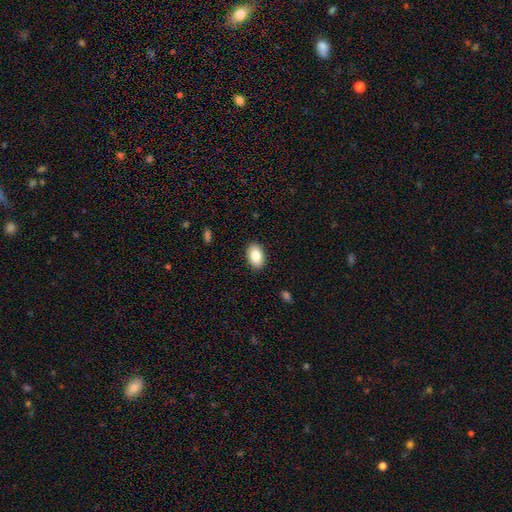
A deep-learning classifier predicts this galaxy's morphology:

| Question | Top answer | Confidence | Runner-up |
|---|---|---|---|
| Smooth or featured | smooth | 86% | featured or disk (7%) |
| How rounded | in between | 89% | round (9%) |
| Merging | none | 89% | minor disturbance (8%) |